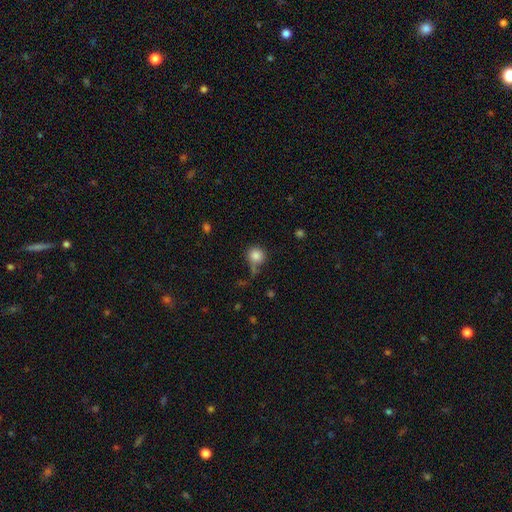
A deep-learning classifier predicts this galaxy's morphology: Overall: smooth (84%). How rounded: round (88%). Merging: none (59%; minor disturbance 20%).